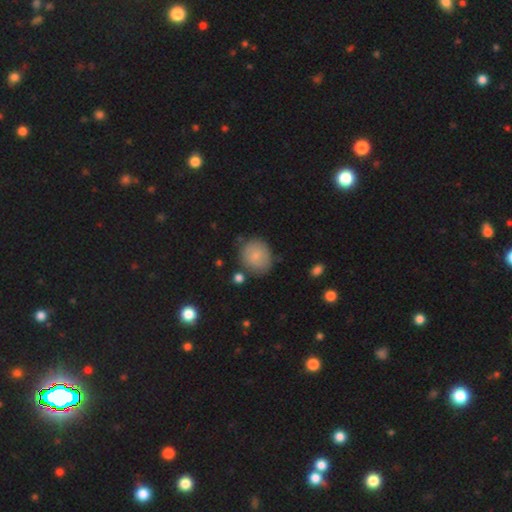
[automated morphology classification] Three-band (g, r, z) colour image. It shows a smooth galaxy with no disk features (78%) that is round (77%). Merging: none (74%).